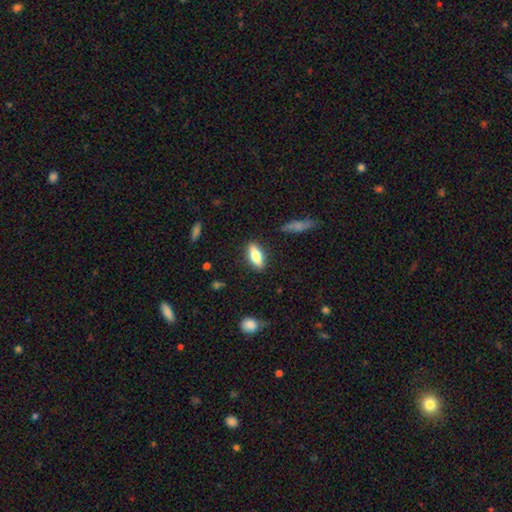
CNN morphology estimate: smooth_or_featured: smooth (p=0.66) [alt: featured or disk p=0.27]
how_rounded: in between (p=0.73) [alt: cigar-shaped p=0.24]
merging: none (p=0.86) [alt: minor disturbance p=0.10]